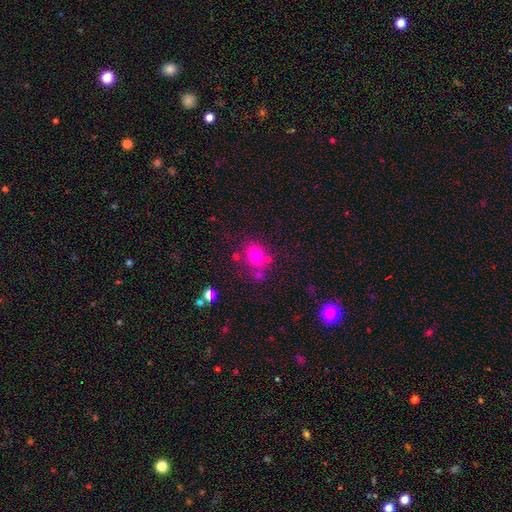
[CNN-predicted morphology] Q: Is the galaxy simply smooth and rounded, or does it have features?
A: smooth — 75%.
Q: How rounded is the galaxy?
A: in between — 51%.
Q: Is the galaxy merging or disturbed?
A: none — 65%.